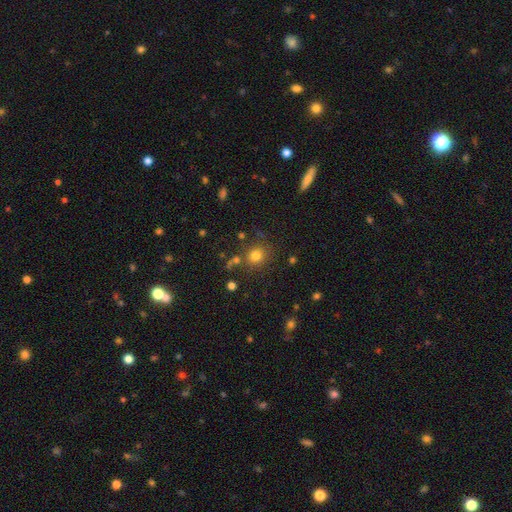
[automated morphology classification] This appears to be a smooth galaxy with no disk features (77%) that is round (85%). Merging: none (77%).